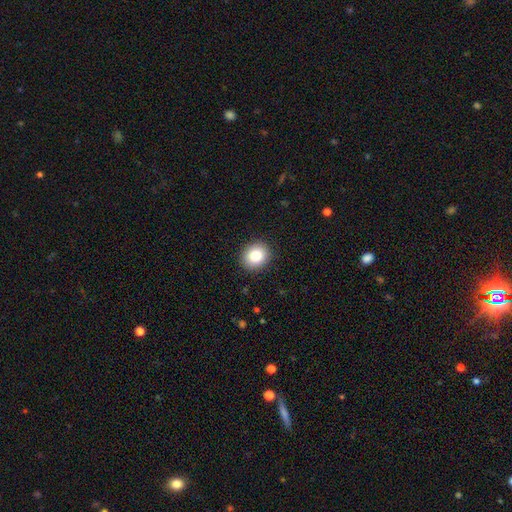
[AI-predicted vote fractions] Morphology: type=smooth (83%); roundness=round (73%); merging=none (91%).